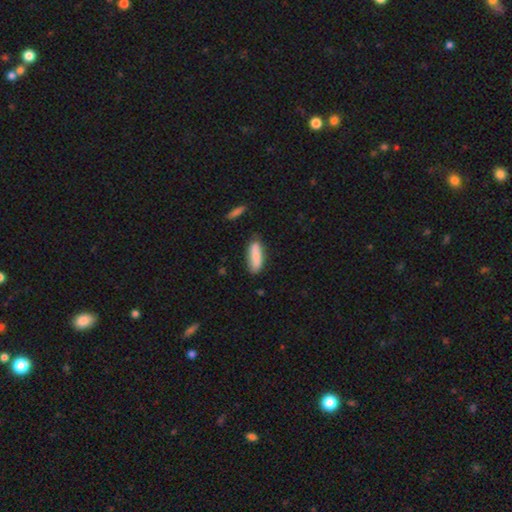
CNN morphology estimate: A smooth galaxy with no disk features (79%) that is in between round and cigar-shaped (56%). Merging: none (71%).